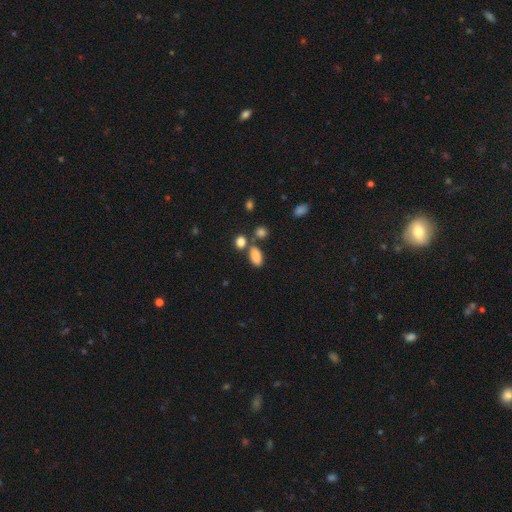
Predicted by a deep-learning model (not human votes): smooth 84%, star or artifact 9%, featured or disk 6%. Down the decision tree: how rounded — in between (89%); merging — none (65%).